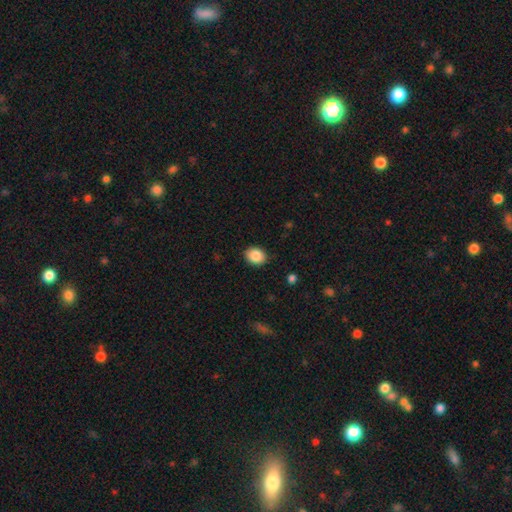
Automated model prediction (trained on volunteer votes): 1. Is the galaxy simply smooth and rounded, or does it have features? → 87% smooth, 8% star or artifact, 5% featured or disk.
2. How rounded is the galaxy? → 50% round, 49% in between, 1% cigar-shaped.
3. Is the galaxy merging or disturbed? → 89% none, 8% minor disturbance, 2% major disturbance, 1% merger.